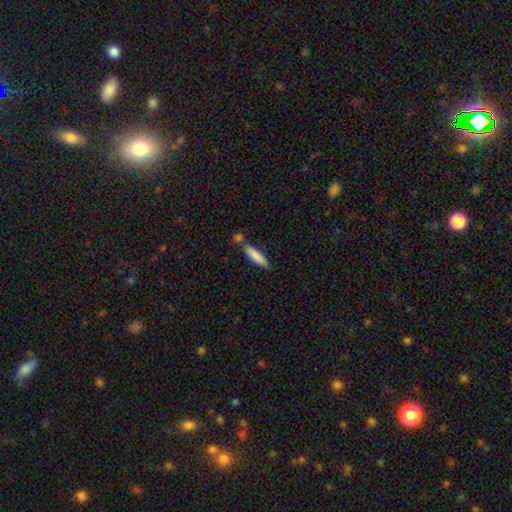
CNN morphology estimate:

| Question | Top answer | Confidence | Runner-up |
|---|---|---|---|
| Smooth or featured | smooth | 84% | featured or disk (11%) |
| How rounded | cigar-shaped | 77% | in between (21%) |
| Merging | none | 74% | minor disturbance (12%) |